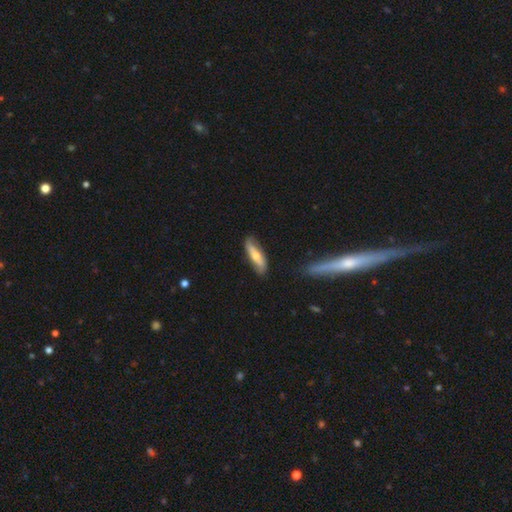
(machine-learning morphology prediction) A smooth galaxy with no disk features (49%).

Vote fractions:
- Smooth or featured? smooth: 49% / featured or disk: 45% / star or artifact: 6%
- Merging? none: 78% / minor disturbance: 17% / major disturbance: 4% / merger: 2%